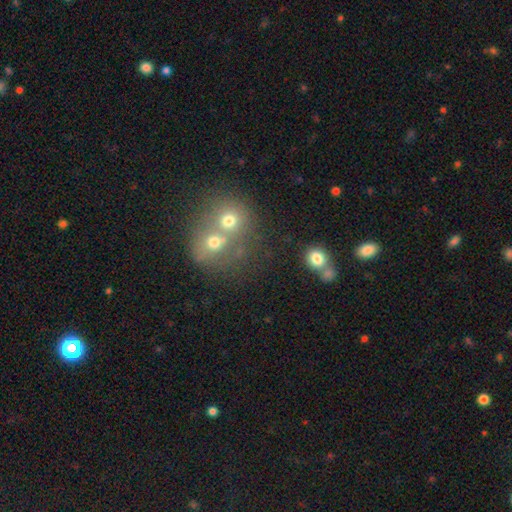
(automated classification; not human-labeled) This appears to be a smooth galaxy with no disk features (51%) that is round (75%). Merging: merger (65%).